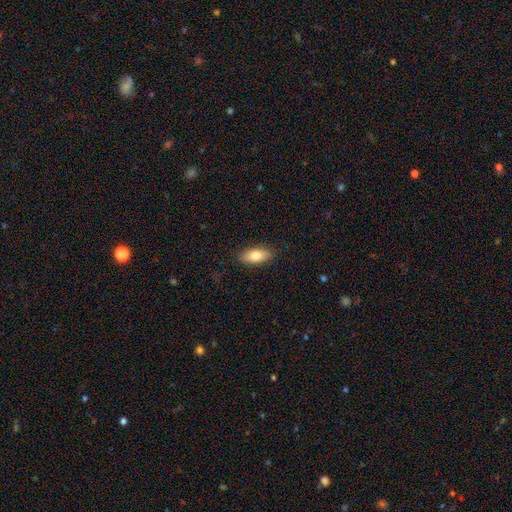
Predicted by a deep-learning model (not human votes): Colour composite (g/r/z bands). It shows a smooth galaxy with no disk features (79%) that is in between round and cigar-shaped (85%). Merging: none (88%).